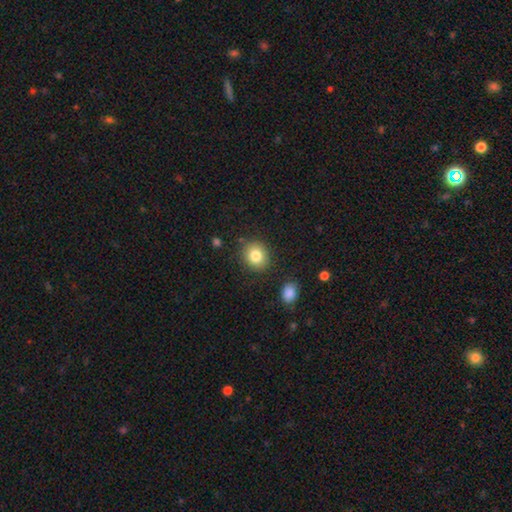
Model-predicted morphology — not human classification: Overall: smooth (82%). How rounded: round (73%). Merging: none (85%).